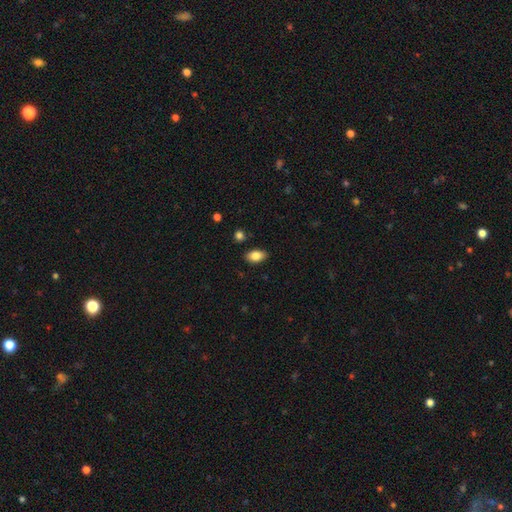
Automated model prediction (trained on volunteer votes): The model was most divided on "merging": none: 86%, minor disturbance: 10%, major disturbance: 2%, merger: 2%. More confident: how rounded — in between (91%); smooth or featured — smooth (85%).